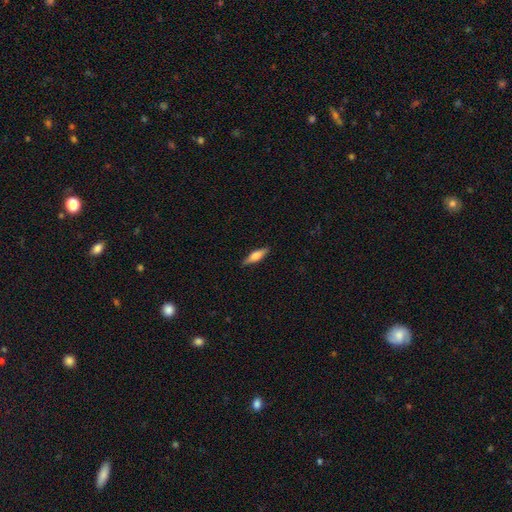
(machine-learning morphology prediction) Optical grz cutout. It shows a smooth galaxy with no disk features (57%) that is cigar-shaped (62%). Merging: none (88%).